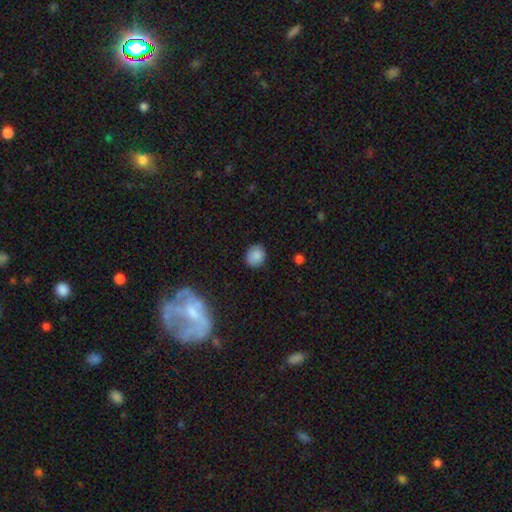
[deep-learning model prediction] smooth-or-featured: smooth: 85% | star or artifact: 9% | featured or disk: 5%
  how-rounded: round: 75% | in between: 24% | cigar-shaped: 1%
  merging: none: 84% | minor disturbance: 12% | major disturbance: 3% | merger: 1%